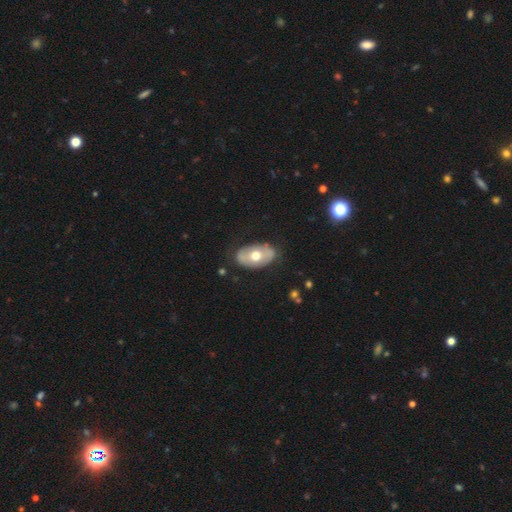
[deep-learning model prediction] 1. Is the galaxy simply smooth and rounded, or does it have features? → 49% smooth, 45% featured or disk, 6% star or artifact.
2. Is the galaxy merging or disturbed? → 78% none, 16% minor disturbance, 4% major disturbance, 1% merger.